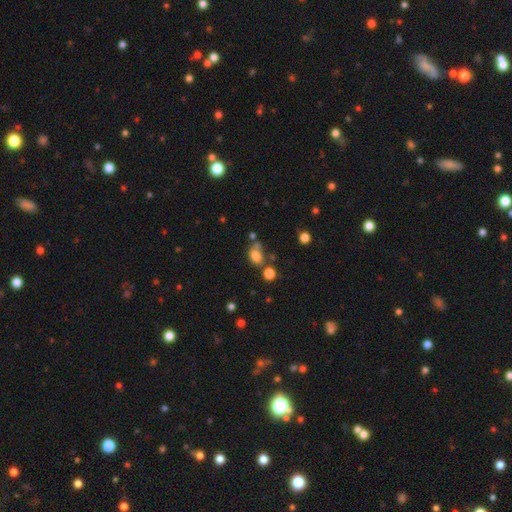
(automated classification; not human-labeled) Smooth or featured?
  - smooth: 76% *
  - star or artifact: 15%
  - featured or disk: 9%
How rounded?
  - in between: 61% *
  - round: 37%
  - cigar-shaped: 2%
Merging?
  - none: 51% *
  - merger: 23%
  - minor disturbance: 18%
  - major disturbance: 8%